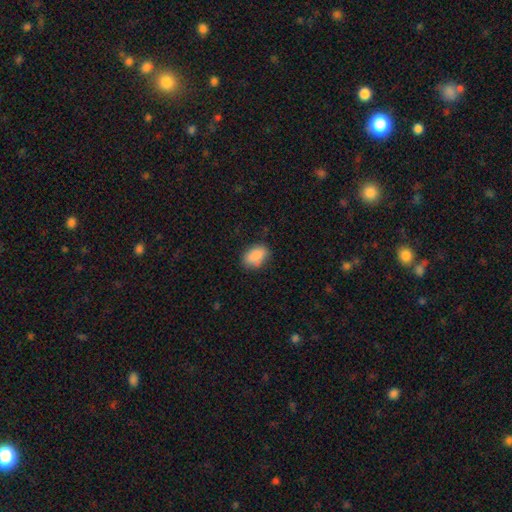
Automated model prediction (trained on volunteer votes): This appears to be a smooth galaxy with no disk features (88%) that is in between round and cigar-shaped (87%). Merging: none (79%).